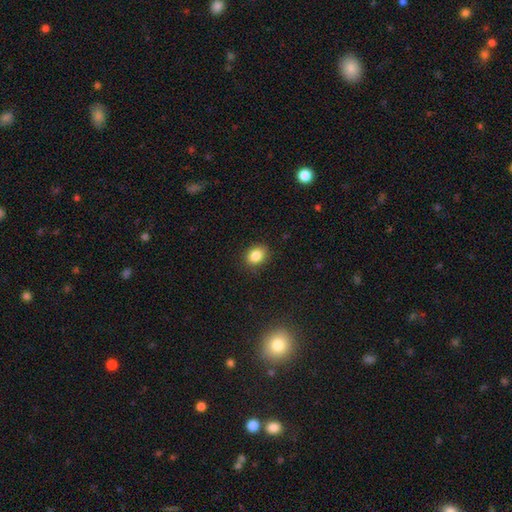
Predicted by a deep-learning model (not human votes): Smooth or featured: smooth — 84% (star or artifact — 10%)
How rounded: in between — 56% (round — 43%)
Merging: none — 86% (minor disturbance — 10%)